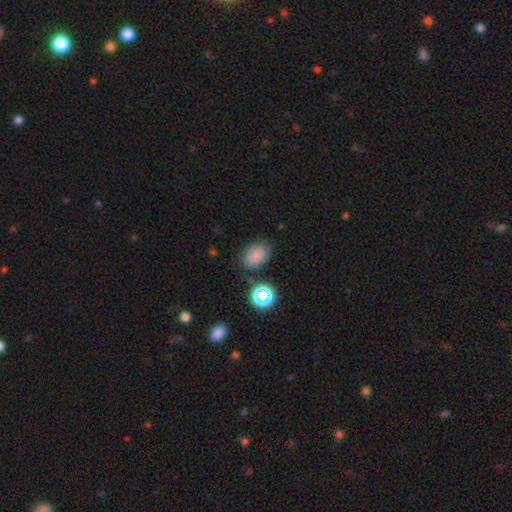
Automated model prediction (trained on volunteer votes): Q: Smooth or featured?
A: smooth (80%); runner-up: star or artifact (15%)
Q: How rounded?
A: in between (82%); runner-up: round (16%)
Q: Merging?
A: none (79%); runner-up: minor disturbance (13%)